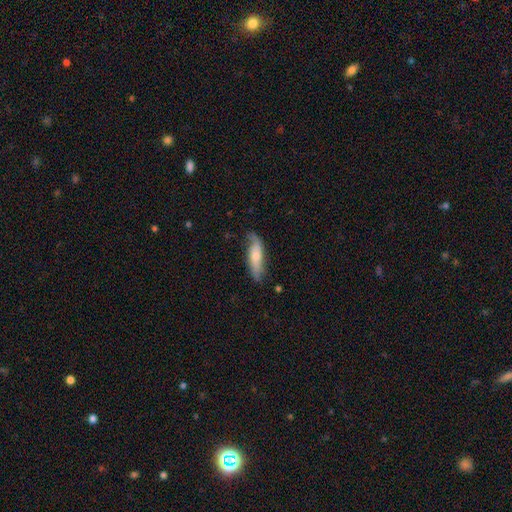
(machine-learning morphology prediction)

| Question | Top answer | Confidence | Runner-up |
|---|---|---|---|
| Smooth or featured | smooth | 53% | featured or disk (41%) |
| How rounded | cigar-shaped | 61% | in between (37%) |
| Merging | none | 64% | minor disturbance (26%) |